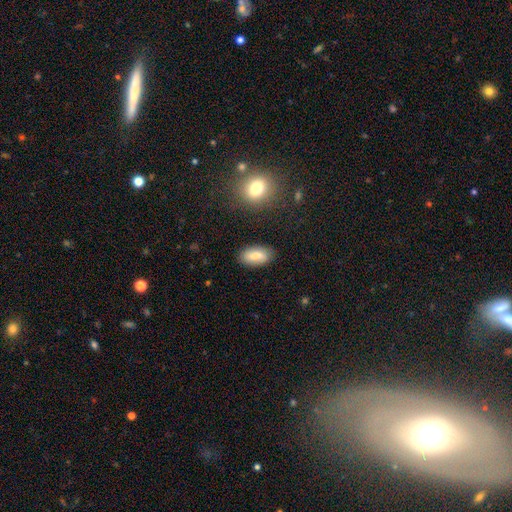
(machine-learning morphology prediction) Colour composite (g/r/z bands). It shows a smooth galaxy with no disk features (77%) that is in between round and cigar-shaped (92%). Merging: none (84%).